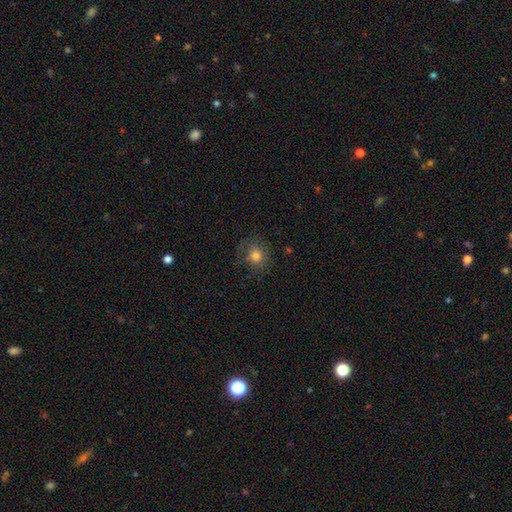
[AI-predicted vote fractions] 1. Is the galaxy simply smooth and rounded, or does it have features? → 69% smooth, 18% featured or disk, 13% star or artifact.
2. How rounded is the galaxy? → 81% round, 18% in between, 1% cigar-shaped.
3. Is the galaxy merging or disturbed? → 70% none, 18% minor disturbance, 11% major disturbance, 1% merger.